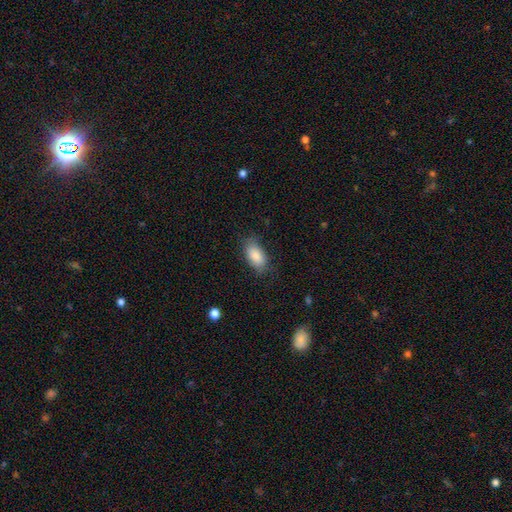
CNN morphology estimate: Q: Smooth or featured?
A: smooth (85%); runner-up: featured or disk (8%)
Q: How rounded?
A: in between (92%); runner-up: cigar-shaped (4%)
Q: Merging?
A: none (77%); runner-up: minor disturbance (18%)